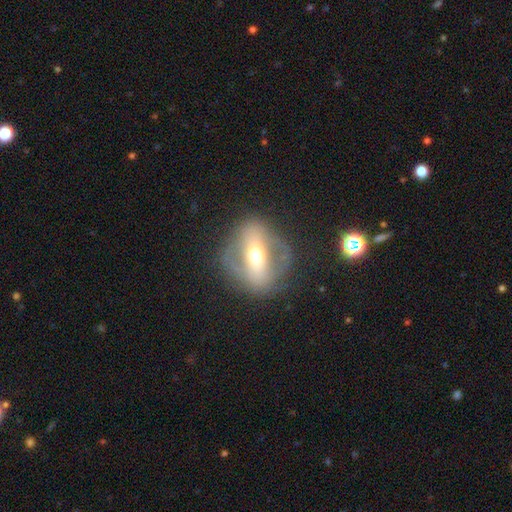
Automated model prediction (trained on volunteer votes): Overall: featured or disk (66%). Edge-on disk: no (80%). Bar: strong (63%). Spiral arms: no (69%; yes 31%). Bulge size: moderate (68%). Merging: none (71%).